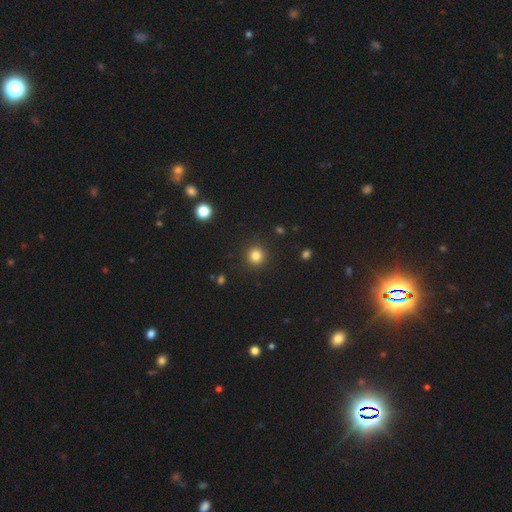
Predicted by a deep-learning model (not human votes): A smooth galaxy with no disk features (82%) that is round (93%). Merging: none (92%).